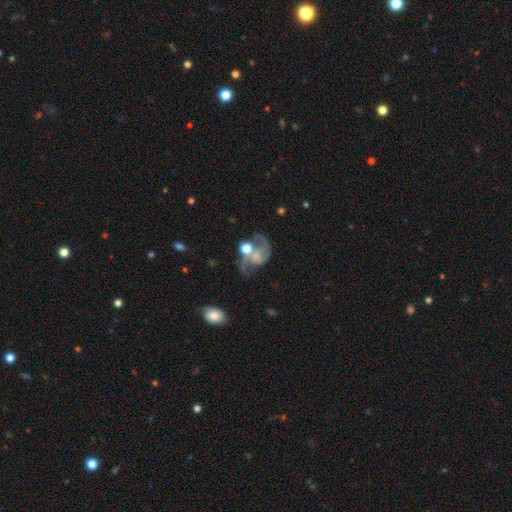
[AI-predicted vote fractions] Morphology: type=featured or disk (81%); edge-on=no (98%); bar=no (61%); spiral arms=yes (94%); winding=medium (45%); arm count=2 (88%); bulge=small (46%); merging=none (43%).